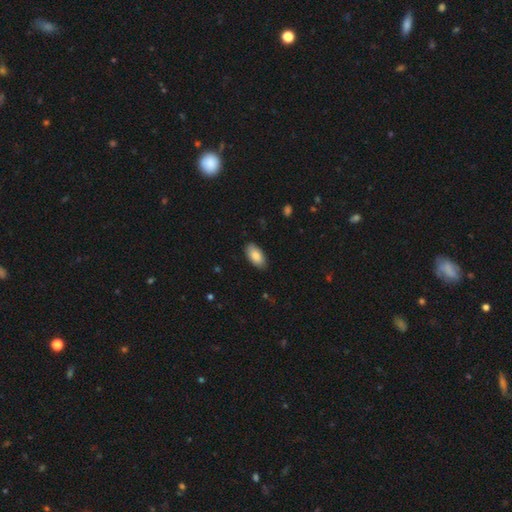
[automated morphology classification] Smooth or featured? Predicted: smooth (p=0.85). How rounded? Predicted: in between (p=0.95). Merging? Predicted: none (p=0.86).